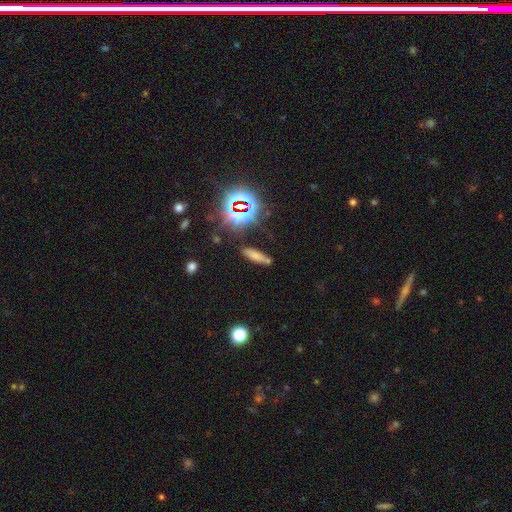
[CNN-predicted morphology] smooth 63%, star or artifact 25%, featured or disk 12%. Down the decision tree: how rounded — cigar-shaped (58%); merging — none (72%).